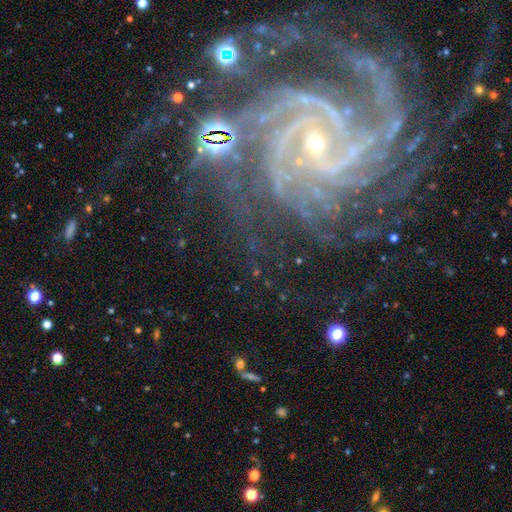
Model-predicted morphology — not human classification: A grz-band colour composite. It shows a featured or disk galaxy (91%) with no bar (49%), 4 (25%) tight (73%) spiral arms (99%) and a small central bulge (82%). Merging: none (66%).